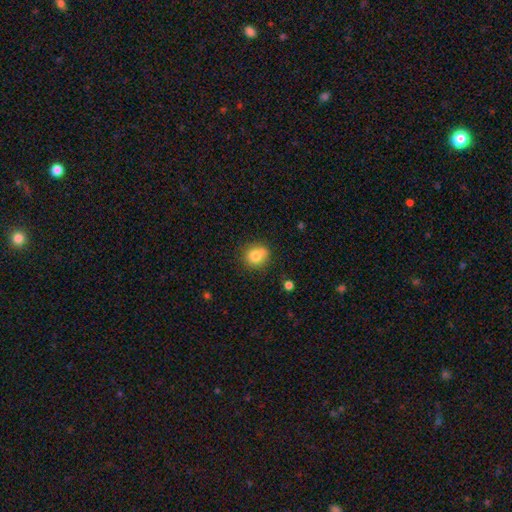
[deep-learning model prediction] smooth-or-featured: smooth: 79% | star or artifact: 11% | featured or disk: 10%
  how-rounded: round: 80% | in between: 19% | cigar-shaped: 1%
  merging: none: 64% | minor disturbance: 20% | merger: 10% | major disturbance: 5%